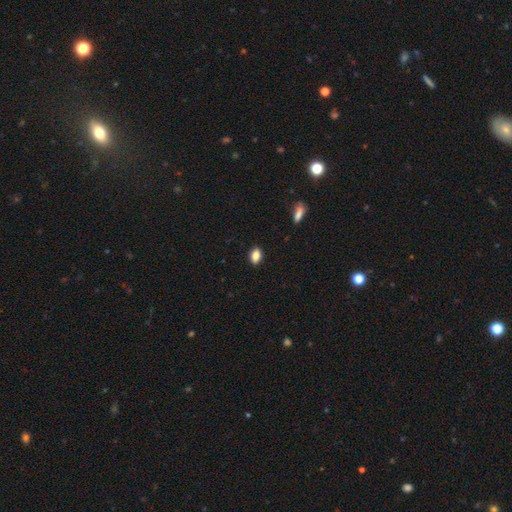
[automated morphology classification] This appears to be a smooth galaxy with no disk features (84%) that is in between round and cigar-shaped (85%). Merging: none (88%).